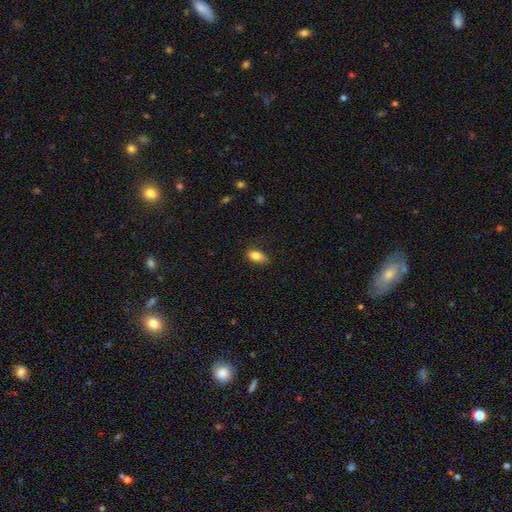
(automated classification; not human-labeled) The model was most divided on "merging": none: 75%, minor disturbance: 19%, major disturbance: 4%, merger: 1%. More confident: how rounded — in between (89%); smooth or featured — smooth (84%).